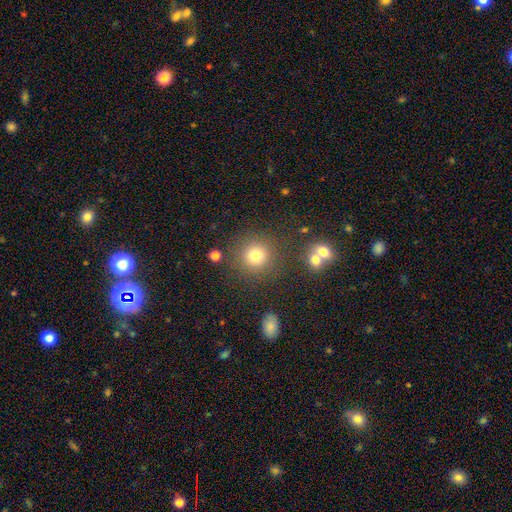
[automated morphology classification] type=smooth (77%); roundness=round (92%); merging=none (83%).